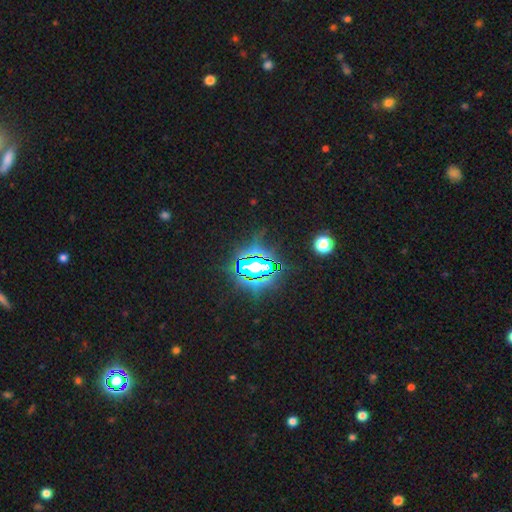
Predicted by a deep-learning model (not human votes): This is clearly a star or artifact rather than a galaxy (83%).